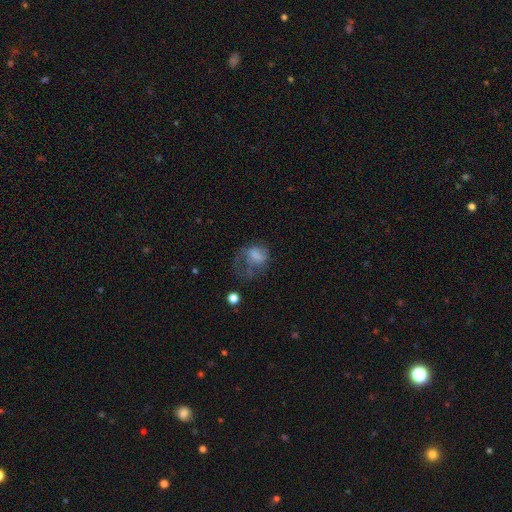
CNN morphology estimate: type=smooth (57%); roundness=in between (59%); merging=major disturbance (55%).